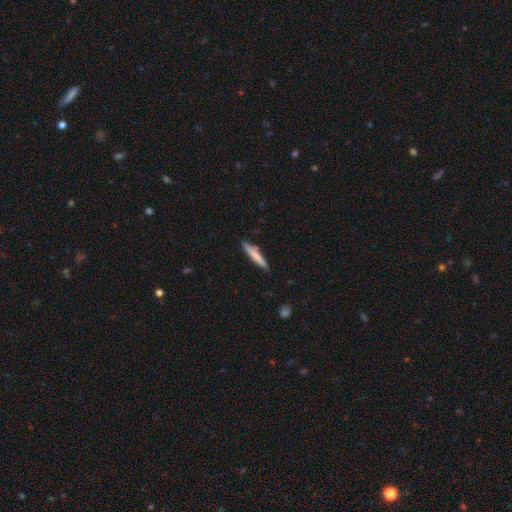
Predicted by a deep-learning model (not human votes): Overall: smooth (70%). How rounded: cigar-shaped (93%). Merging: none (81%).